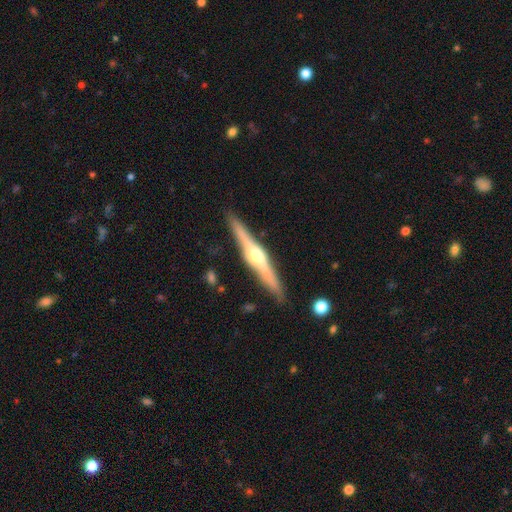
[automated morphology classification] Smooth or featured: featured or disk — 79% (smooth — 16%)
Edge-on disk: yes — 98% (no — 2%)
Edge-on bulge: rounded — 89% (boxy — 7%)
Merging: none — 90% (minor disturbance — 7%)